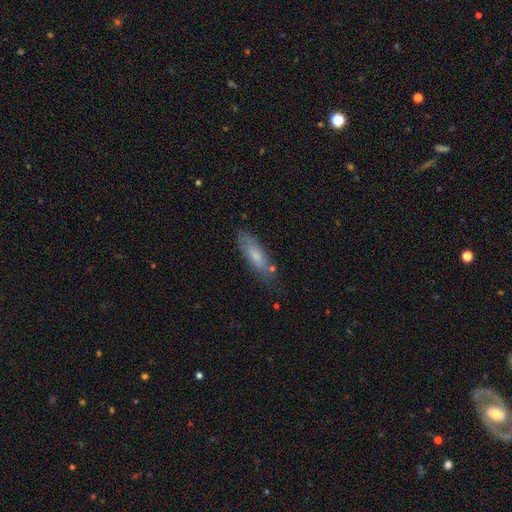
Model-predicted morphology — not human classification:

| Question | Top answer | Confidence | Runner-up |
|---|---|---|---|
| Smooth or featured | smooth | 70% | featured or disk (23%) |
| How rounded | cigar-shaped | 52% | in between (46%) |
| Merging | none | 70% | minor disturbance (21%) |